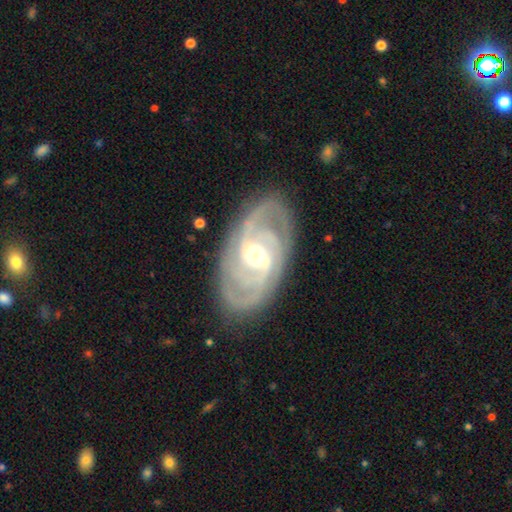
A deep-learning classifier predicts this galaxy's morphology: Smooth or featured?
  - featured or disk: 90% *
  - smooth: 6%
  - star or artifact: 4%
Edge-on disk?
  - no: 96% *
  - yes: 4%
Bar?
  - weak: 44% *
  - no: 35%
  - strong: 21%
Spiral arms?
  - yes: 97% *
  - no: 3%
Spiral winding?
  - tight: 60% *
  - medium: 34%
  - loose: 6%
Spiral arm count?
  - 3: 36% *
  - 2: 30%
  - can't tell: 14%
  - 4: 11%
  - more than 4: 5%
  - 1: 4%
Bulge size?
  - moderate: 66% *
  - small: 27%
  - large: 6%
  - none: 1%
  - dominant: 1%
Merging?
  - none: 83% *
  - minor disturbance: 12%
  - major disturbance: 4%
  - merger: 1%